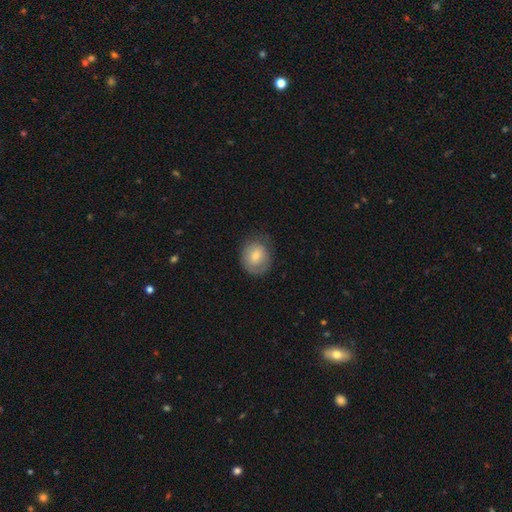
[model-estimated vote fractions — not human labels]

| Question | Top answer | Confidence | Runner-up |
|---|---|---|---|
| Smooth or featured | smooth | 69% | featured or disk (24%) |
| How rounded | round | 63% | in between (36%) |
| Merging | none | 68% | minor disturbance (23%) |